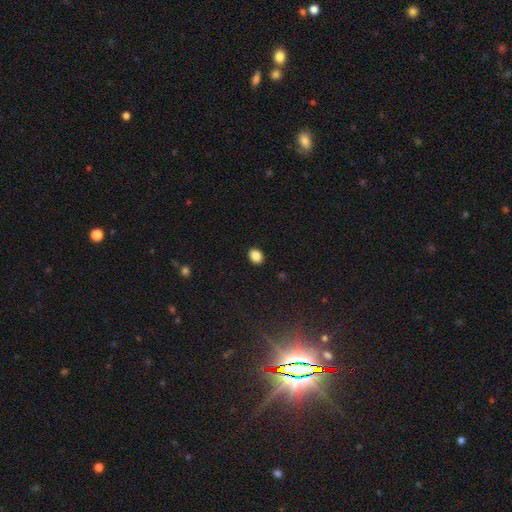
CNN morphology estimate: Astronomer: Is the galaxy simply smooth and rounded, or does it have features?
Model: smooth — 87%.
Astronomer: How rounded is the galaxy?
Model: in between — 66%.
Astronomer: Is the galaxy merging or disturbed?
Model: none — 90%.